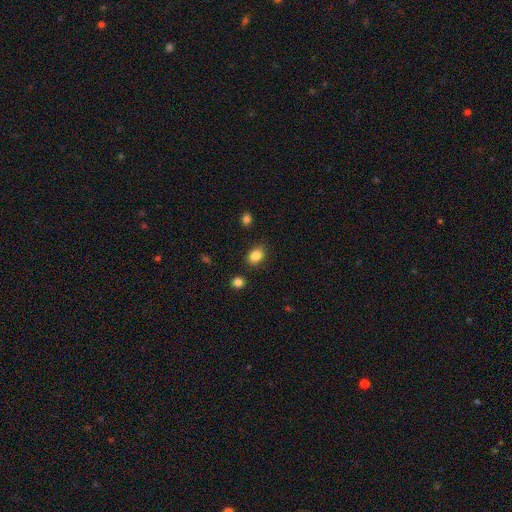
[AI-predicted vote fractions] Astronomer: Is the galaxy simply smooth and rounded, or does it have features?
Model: smooth — 85%.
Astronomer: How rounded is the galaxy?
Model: in between — 59% (runner-up: round, 40%).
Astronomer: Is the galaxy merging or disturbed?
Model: none — 81%.